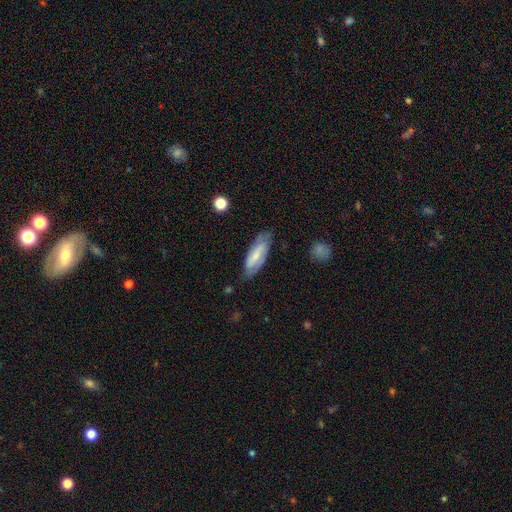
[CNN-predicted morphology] smooth 49%, featured or disk 45%, star or artifact 7%. Down the decision tree: merging — none (72%).